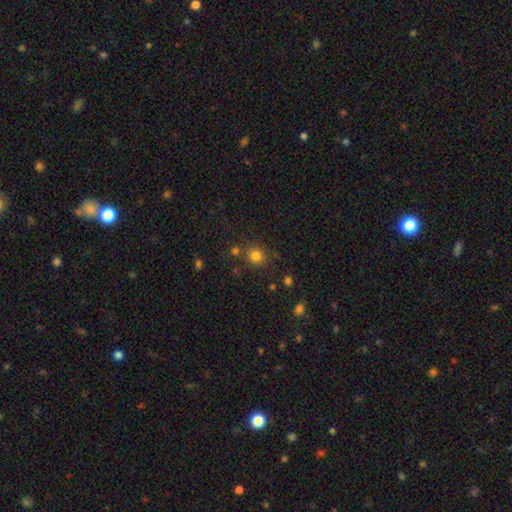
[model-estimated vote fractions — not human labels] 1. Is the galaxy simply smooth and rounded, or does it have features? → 80% smooth, 14% star or artifact, 6% featured or disk.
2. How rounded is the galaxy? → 88% round, 11% in between, 1% cigar-shaped.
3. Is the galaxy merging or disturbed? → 78% none, 9% merger, 9% minor disturbance, 4% major disturbance.